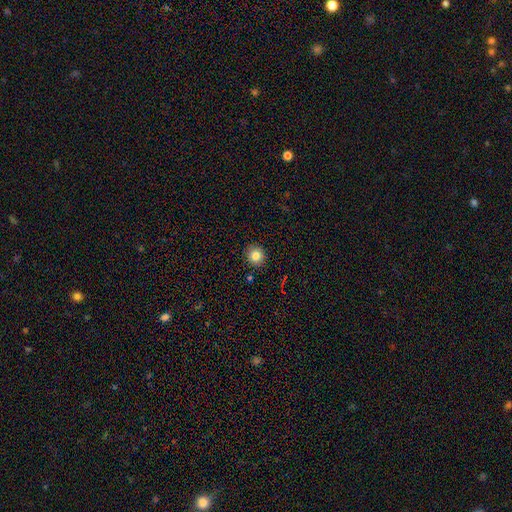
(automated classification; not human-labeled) This is clearly a smooth galaxy (82%). How rounded: clearly round (92%). Merging: clearly none (91%).